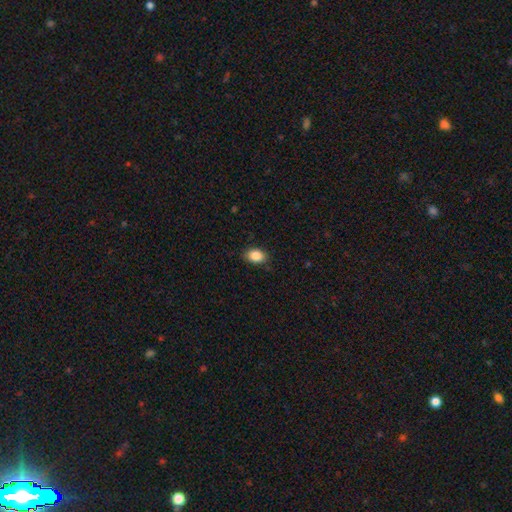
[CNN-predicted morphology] smooth-or-featured: smooth: 87% | star or artifact: 8% | featured or disk: 5%
  how-rounded: in between: 79% | round: 20% | cigar-shaped: 1%
  merging: none: 84% | minor disturbance: 13% | major disturbance: 3% | merger: 1%